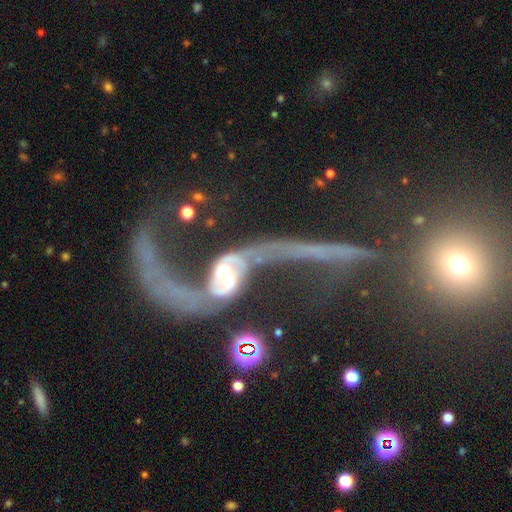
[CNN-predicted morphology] Smooth or featured? featured or disk (87%)
Edge-on disk? no (91%)
Bar? no (42%)
Spiral arms? yes (92%)
Spiral winding? loose (92%)
Spiral arm count? 2 (91%)
Bulge size? small (41%)
Merging? none (41%)